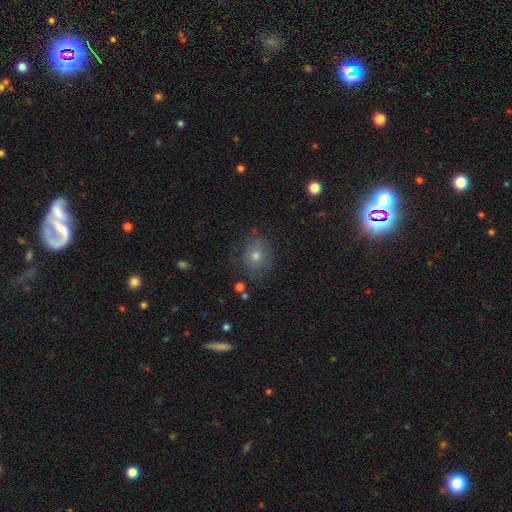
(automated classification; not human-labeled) The model was most divided on "how rounded": round: 64%, in between: 35%, cigar-shaped: 1%. More confident: merging — none (75%); smooth or featured — smooth (69%).